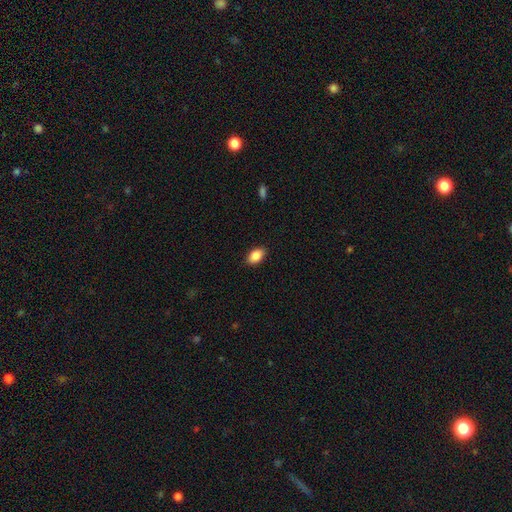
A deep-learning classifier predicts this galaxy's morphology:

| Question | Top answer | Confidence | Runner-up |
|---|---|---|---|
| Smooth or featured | smooth | 87% | star or artifact (8%) |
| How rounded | in between | 91% | round (8%) |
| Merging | none | 89% | minor disturbance (8%) |